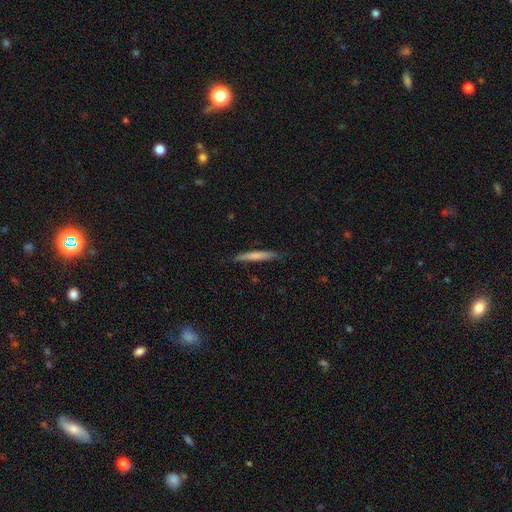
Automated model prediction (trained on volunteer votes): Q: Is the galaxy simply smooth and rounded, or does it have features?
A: smooth — 68%.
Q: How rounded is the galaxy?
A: cigar-shaped — 95%.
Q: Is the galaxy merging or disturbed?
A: none — 84%.